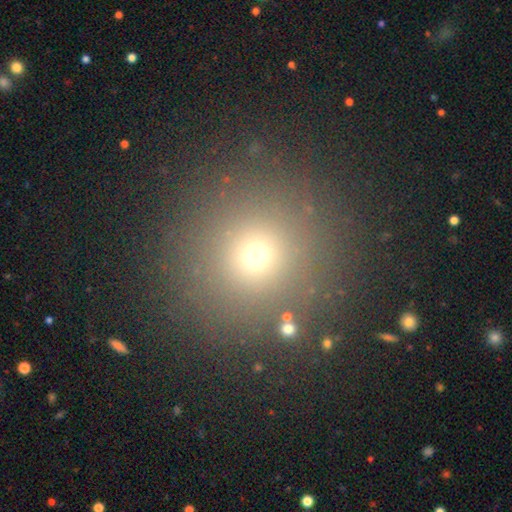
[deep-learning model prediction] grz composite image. It shows a smooth galaxy with no disk features (65%) that is round (95%). Merging: none (89%).